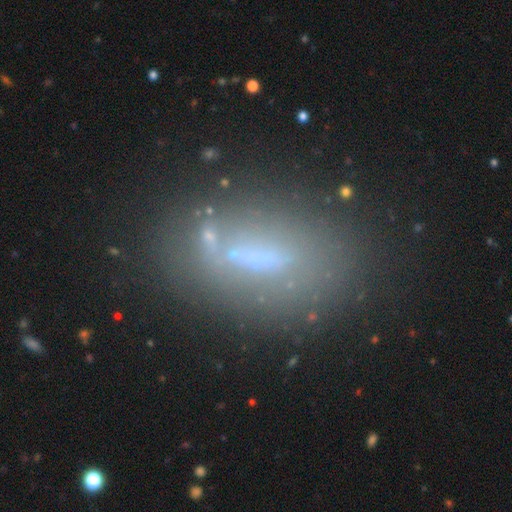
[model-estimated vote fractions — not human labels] A smooth galaxy with no disk features (46%). Merging: none (66%).